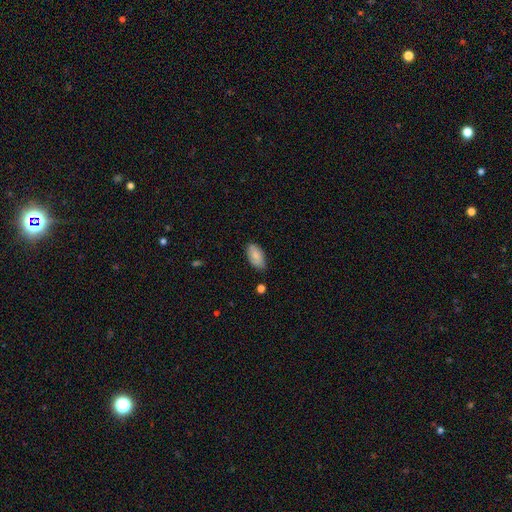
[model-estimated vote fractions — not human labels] This appears to be a smooth galaxy with no disk features (79%) that is in between round and cigar-shaped (94%). Merging: none (75%).